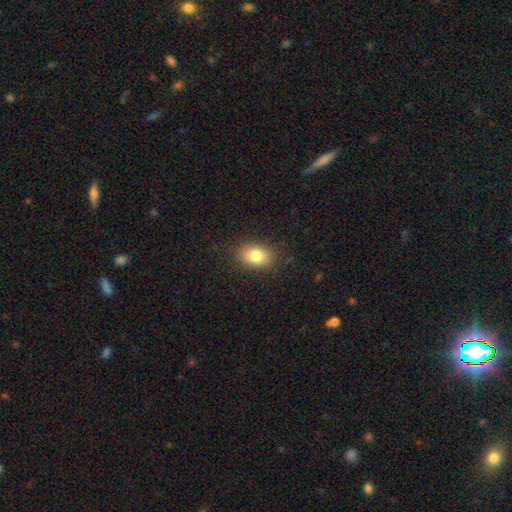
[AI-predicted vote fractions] This appears to be a smooth galaxy with no disk features (82%) that is in between round and cigar-shaped (78%). Merging: none (86%).